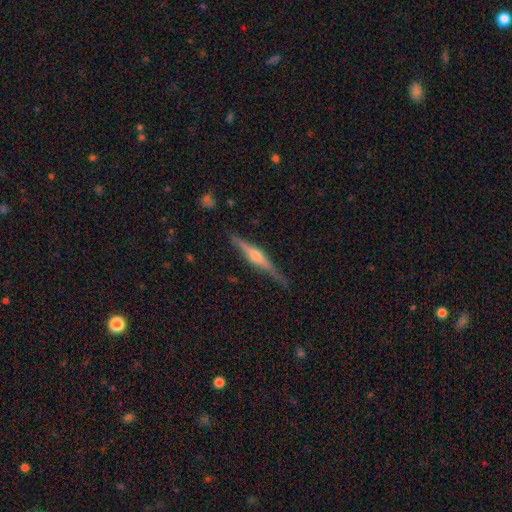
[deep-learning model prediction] Smooth or featured?
  - featured or disk: 81% *
  - smooth: 14%
  - star or artifact: 6%
Edge-on disk?
  - yes: 98% *
  - no: 2%
Edge-on bulge?
  - rounded: 86% *
  - boxy: 10%
  - none: 4%
Merging?
  - none: 87% *
  - minor disturbance: 10%
  - major disturbance: 2%
  - merger: 1%